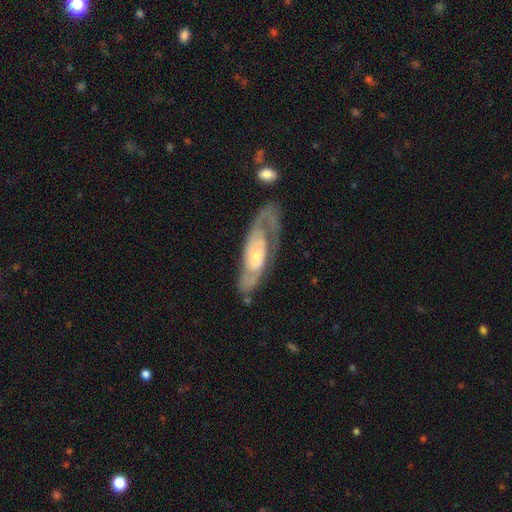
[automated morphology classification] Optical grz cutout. It shows a featured or disk galaxy (79%) with no bar (72%), 2 (48%) tight (44%) spiral arms (83%) and a small central bulge (56%). Merging: none (51%).